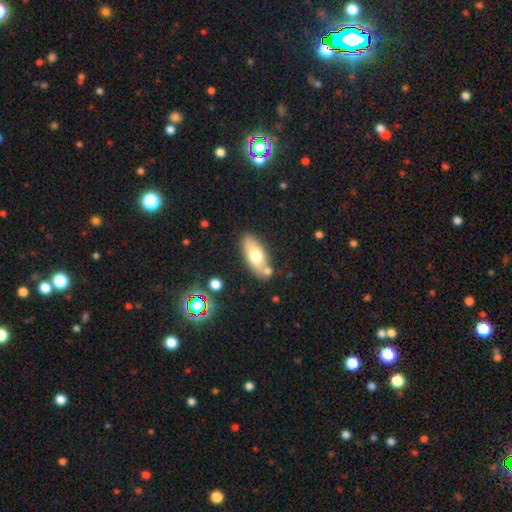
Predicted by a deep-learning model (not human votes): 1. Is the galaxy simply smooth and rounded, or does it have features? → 68% smooth, 25% featured or disk, 8% star or artifact.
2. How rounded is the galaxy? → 84% in between, 12% cigar-shaped, 4% round.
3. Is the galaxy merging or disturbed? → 72% none, 14% minor disturbance, 11% merger, 3% major disturbance.